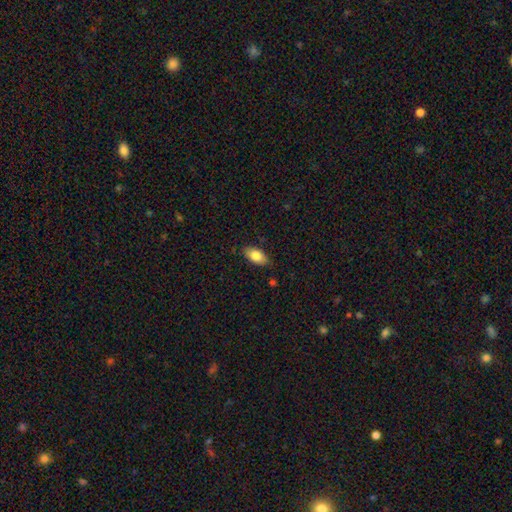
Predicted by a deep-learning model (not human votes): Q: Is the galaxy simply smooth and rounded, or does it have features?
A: smooth — 81%.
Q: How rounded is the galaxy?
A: in between — 91%.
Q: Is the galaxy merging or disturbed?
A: none — 83%.